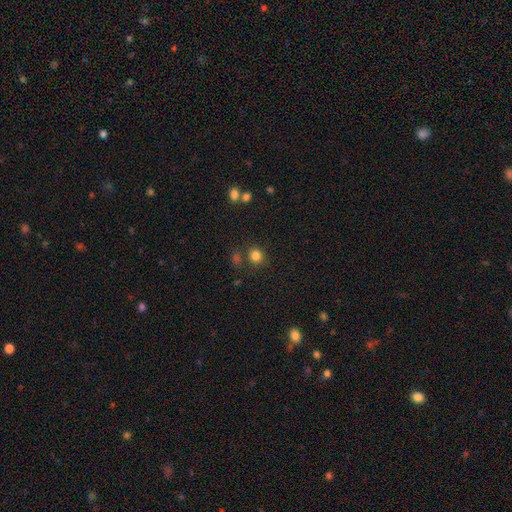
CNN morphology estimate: The model was most divided on "how rounded": round: 80%, in between: 19%, cigar-shaped: 1%. More confident: smooth or featured — smooth (82%); merging — none (76%).